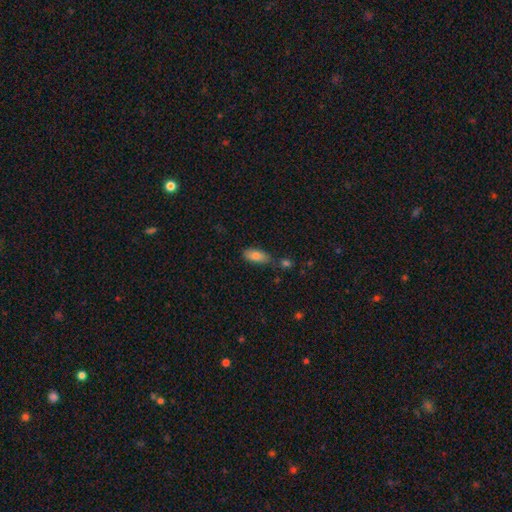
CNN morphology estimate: smooth_or_featured: smooth (p=0.81) [alt: featured or disk p=0.11]
how_rounded: in between (p=0.85) [alt: cigar-shaped p=0.12]
merging: none (p=0.65) [alt: minor disturbance p=0.21]